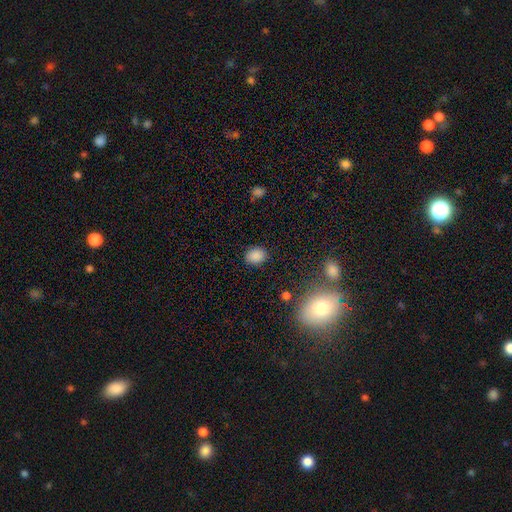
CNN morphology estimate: smooth_or_featured: smooth (p=0.86) [alt: star or artifact p=0.10]
how_rounded: round (p=0.52) [alt: in between p=0.47]
merging: none (p=0.85) [alt: minor disturbance p=0.10]